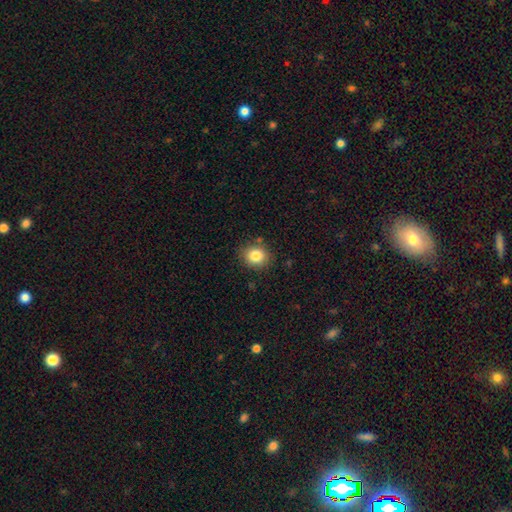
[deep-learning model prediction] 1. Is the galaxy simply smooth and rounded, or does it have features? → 83% smooth, 11% star or artifact, 7% featured or disk.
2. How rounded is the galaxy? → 78% round, 21% in between, 1% cigar-shaped.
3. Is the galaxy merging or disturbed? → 85% none, 10% minor disturbance, 3% major disturbance, 2% merger.